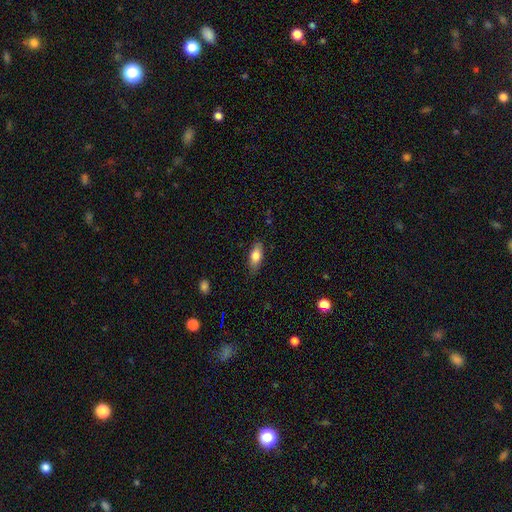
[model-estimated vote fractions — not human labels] smooth 78%, featured or disk 15%, star or artifact 7%. Down the decision tree: how rounded — in between (79%); merging — none (82%).